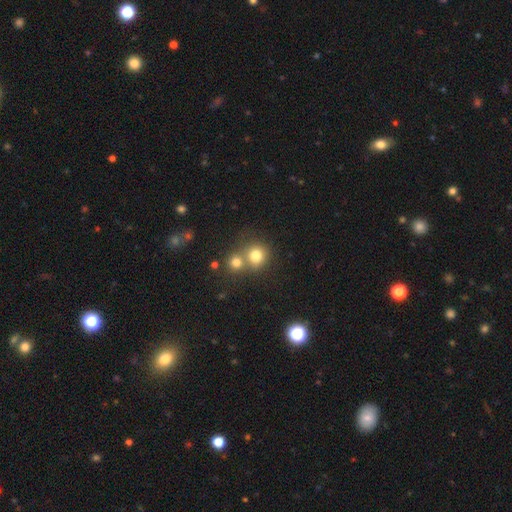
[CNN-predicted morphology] The model was most divided on "merging": none: 51%, merger: 39%, minor disturbance: 7%, major disturbance: 3%. More confident: how rounded — round (87%); smooth or featured — smooth (77%).